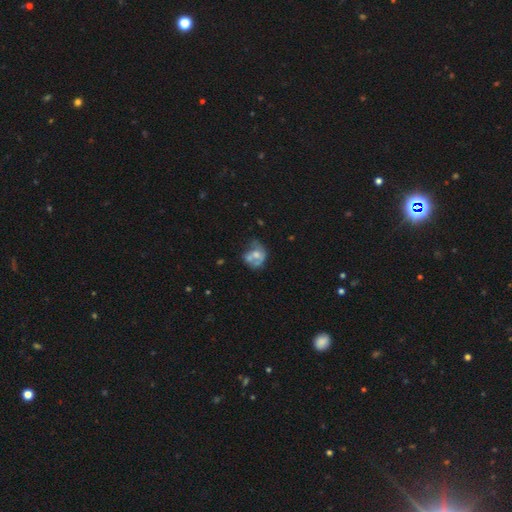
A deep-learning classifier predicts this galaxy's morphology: Smooth or featured? featured or disk (47%)
Merging? merger (32%)